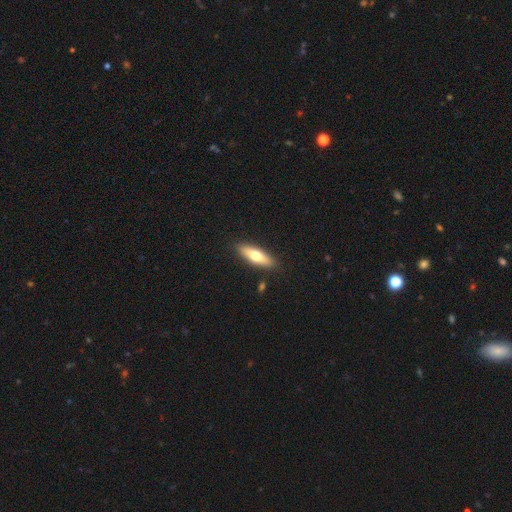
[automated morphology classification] type=smooth (62%); roundness=cigar-shaped (52%); merging=none (88%).